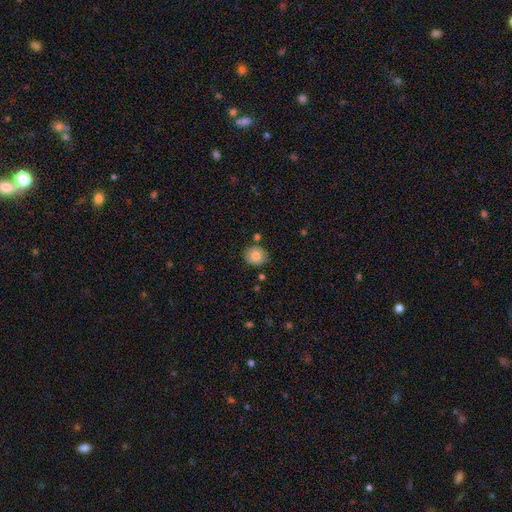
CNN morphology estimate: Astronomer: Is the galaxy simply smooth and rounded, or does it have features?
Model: smooth — 82%.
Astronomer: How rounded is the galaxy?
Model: round — 80%.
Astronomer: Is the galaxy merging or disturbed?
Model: none — 81%.